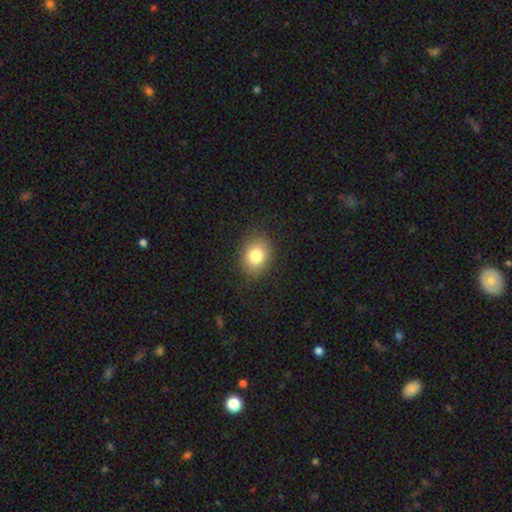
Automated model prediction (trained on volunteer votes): This is clearly a smooth galaxy (82%). How rounded: possibly in between (52%). Merging: clearly none (86%).